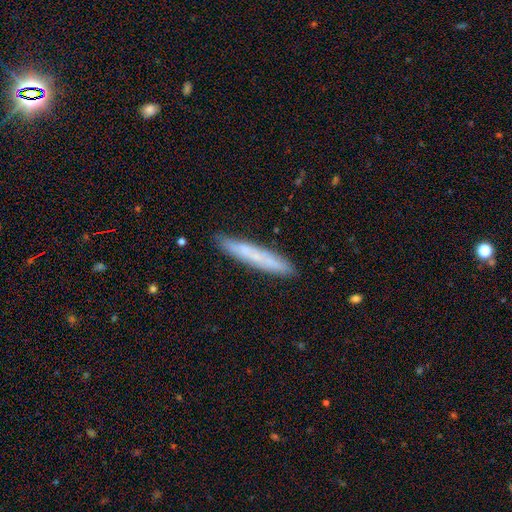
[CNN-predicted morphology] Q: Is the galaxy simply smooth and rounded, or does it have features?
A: smooth — 58%.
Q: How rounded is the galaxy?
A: cigar-shaped — 94%.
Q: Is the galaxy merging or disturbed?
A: none — 86%.